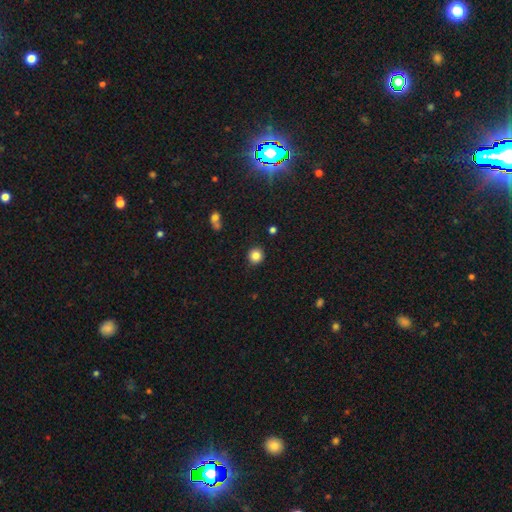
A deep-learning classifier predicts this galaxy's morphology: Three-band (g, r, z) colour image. It shows a smooth galaxy with no disk features (84%) that is round (93%). Merging: none (90%).